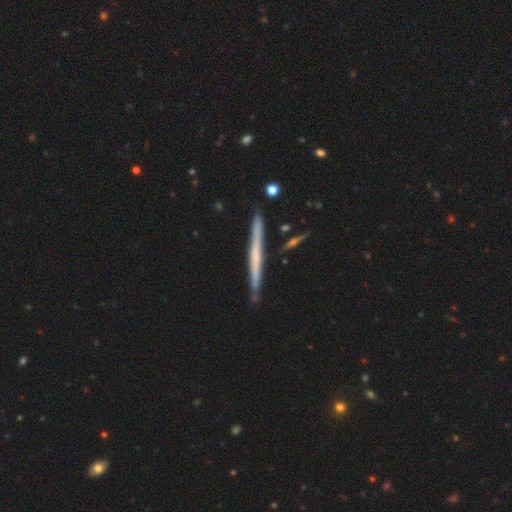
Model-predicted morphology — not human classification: The model was most divided on "smooth or featured": featured or disk: 55%, smooth: 39%, star or artifact: 6%. More confident: edge-on disk — yes (97%); merging — none (88%); edge-on bulge — none (86%).